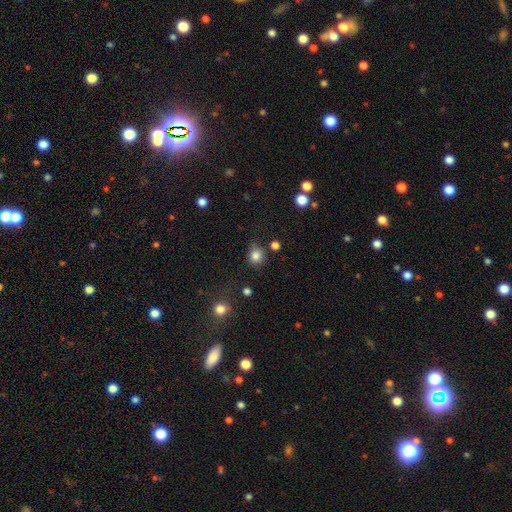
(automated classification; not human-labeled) A smooth galaxy with no disk features (82%) that is round (79%).

Vote fractions:
- Smooth or featured? smooth: 82% / star or artifact: 12% / featured or disk: 6%
- How rounded? round: 79% / in between: 20% / cigar-shaped: 1%
- Merging? none: 73% / minor disturbance: 17% / major disturbance: 5% / merger: 5%